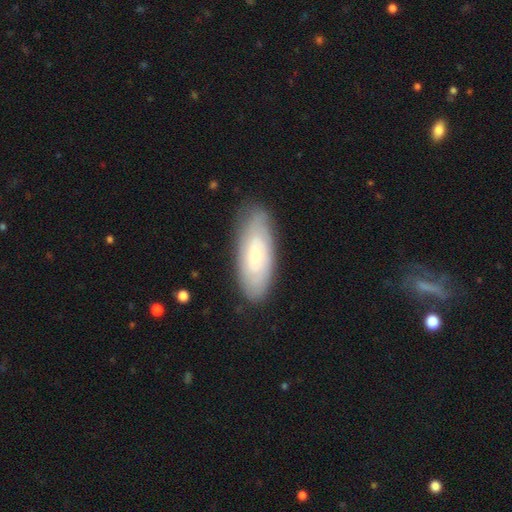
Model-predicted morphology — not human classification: featured or disk 52%, smooth 41%, star or artifact 6%. Down the decision tree: edge-on disk — no (85%); merging — none (81%).